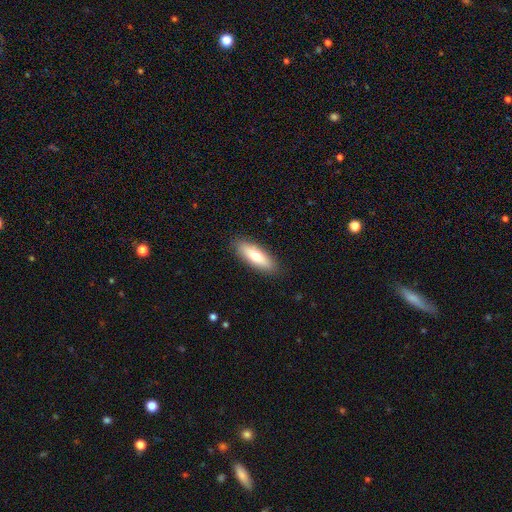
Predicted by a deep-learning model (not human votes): Smooth or featured? Predicted: smooth (p=0.70). How rounded? Predicted: in between (p=0.56). Merging? Predicted: none (p=0.89).